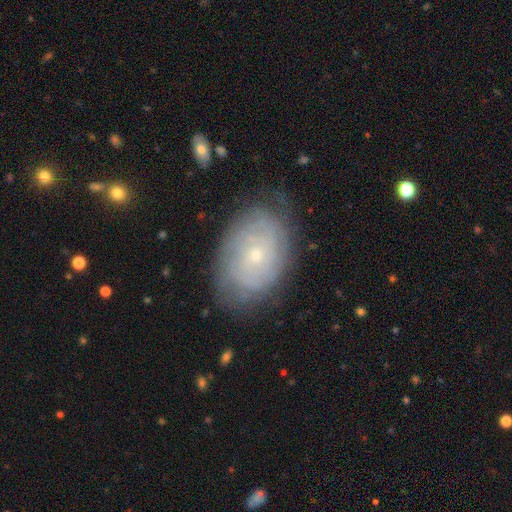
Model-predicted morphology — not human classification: A featured or disk galaxy (66%) with no bar (81%), tight (77%) spiral arms (82%) and a small central bulge (76%). Merging: none (76%).